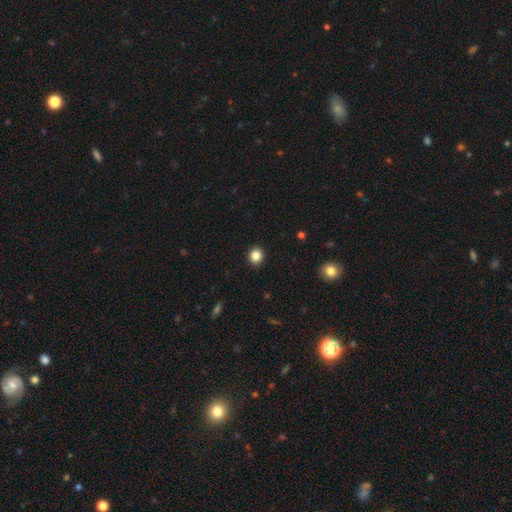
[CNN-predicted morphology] This appears to be a smooth galaxy with no disk features (84%) that is round (87%). Merging: none (93%).